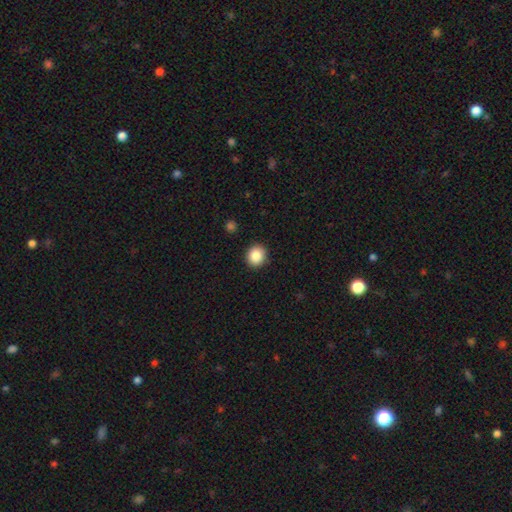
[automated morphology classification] Smooth or featured?
  - smooth: 87% *
  - star or artifact: 9%
  - featured or disk: 4%
How rounded?
  - round: 85% *
  - in between: 14%
  - cigar-shaped: 1%
Merging?
  - none: 91% *
  - minor disturbance: 6%
  - major disturbance: 2%
  - merger: 1%